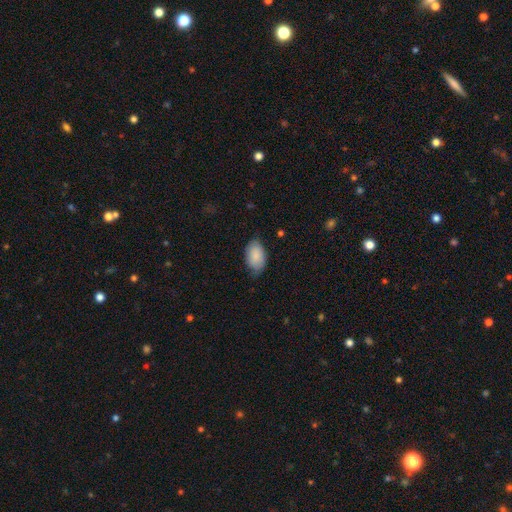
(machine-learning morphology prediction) Overall: smooth (87%). How rounded: in between (93%). Merging: none (69%).